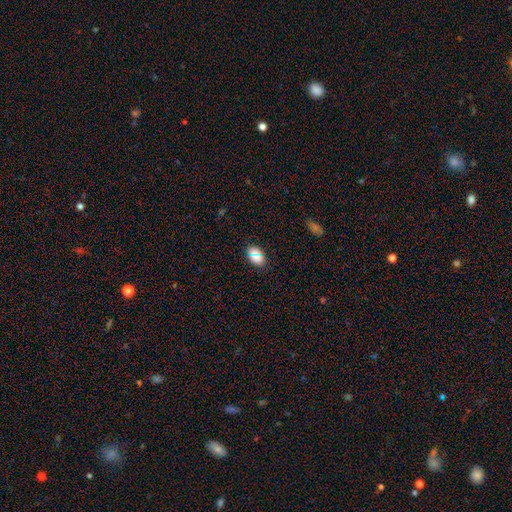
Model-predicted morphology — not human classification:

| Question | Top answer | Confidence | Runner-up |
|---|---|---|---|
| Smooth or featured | smooth | 83% | star or artifact (9%) |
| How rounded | in between | 87% | round (11%) |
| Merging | none | 74% | minor disturbance (15%) |